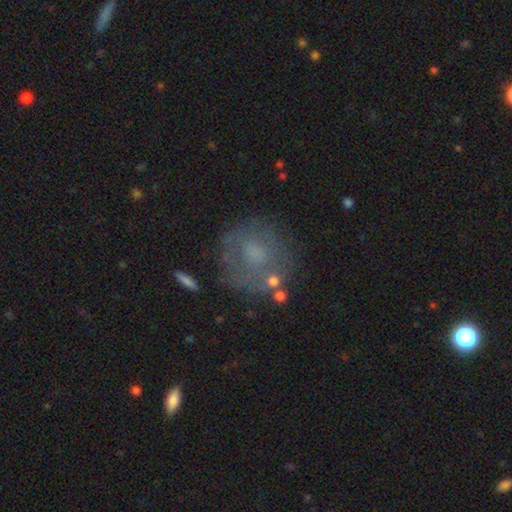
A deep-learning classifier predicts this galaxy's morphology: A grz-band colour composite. It shows a featured or disk galaxy (44%). Merging: none (68%).